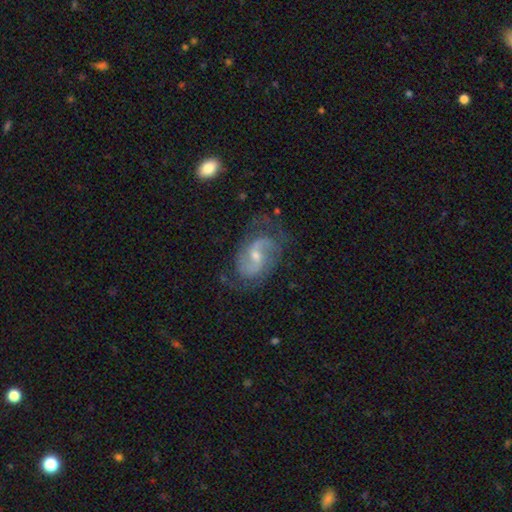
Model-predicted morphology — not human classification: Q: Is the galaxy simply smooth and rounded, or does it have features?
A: featured or disk — 87%.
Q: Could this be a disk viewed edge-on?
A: no — 97%.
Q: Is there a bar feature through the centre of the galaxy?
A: weak — 51%.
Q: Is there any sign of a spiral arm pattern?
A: yes — 96%.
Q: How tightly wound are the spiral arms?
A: medium — 50%.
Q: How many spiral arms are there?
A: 2 — 87%.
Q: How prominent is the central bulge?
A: small — 55%.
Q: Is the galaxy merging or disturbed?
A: none — 69%.